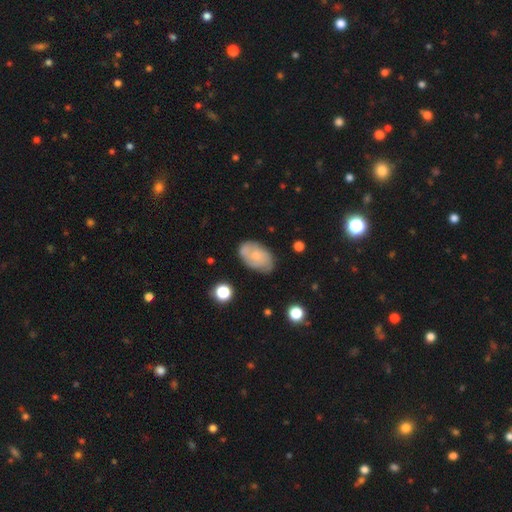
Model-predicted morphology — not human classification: smooth-or-featured: smooth: 46% (tied) | featured or disk: 46% (tied) | star or artifact: 8%
  merging: none: 67% | minor disturbance: 23% | major disturbance: 6% | merger: 4%